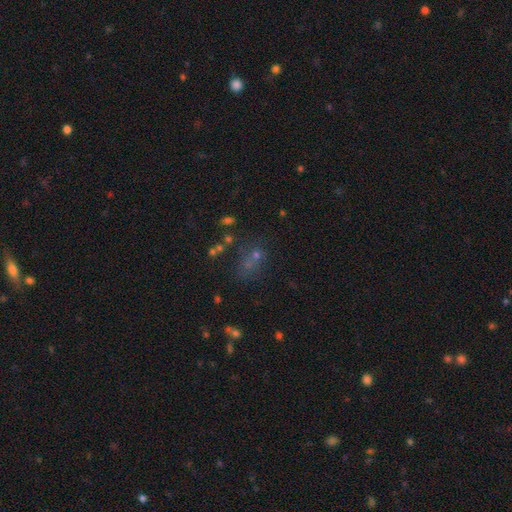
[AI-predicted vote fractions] smooth_or_featured: smooth (p=0.42) [alt: star or artifact p=0.41]
merging: none (p=0.49) [alt: merger p=0.26]